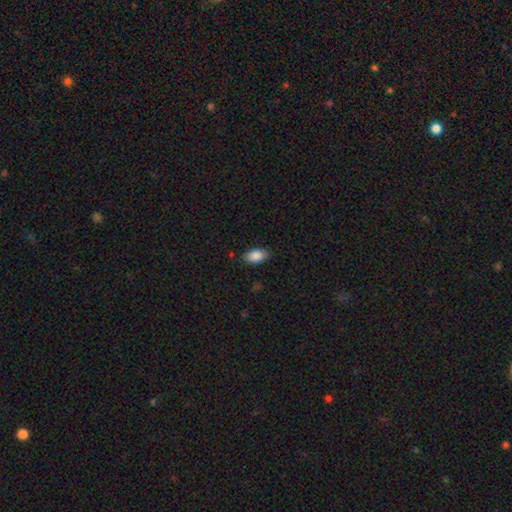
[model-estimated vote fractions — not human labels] Smooth or featured: smooth — 88% (star or artifact — 7%)
How rounded: in between — 92% (round — 5%)
Merging: none — 83% (minor disturbance — 13%)